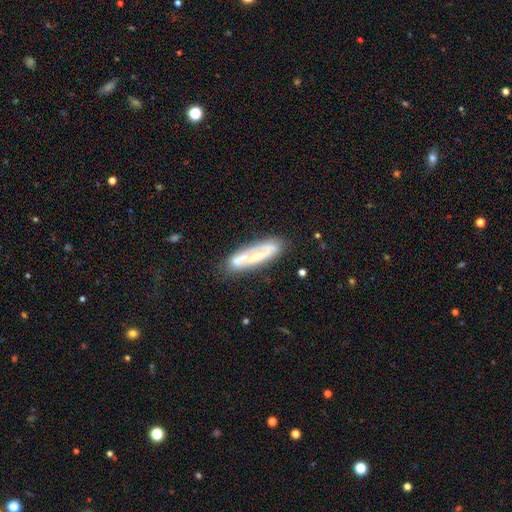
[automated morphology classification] smooth_or_featured: featured or disk (p=0.59) [alt: smooth p=0.33]
disk_edge_on: no (p=0.59) [alt: yes p=0.41]
merging: none (p=0.71) [alt: minor disturbance p=0.17]